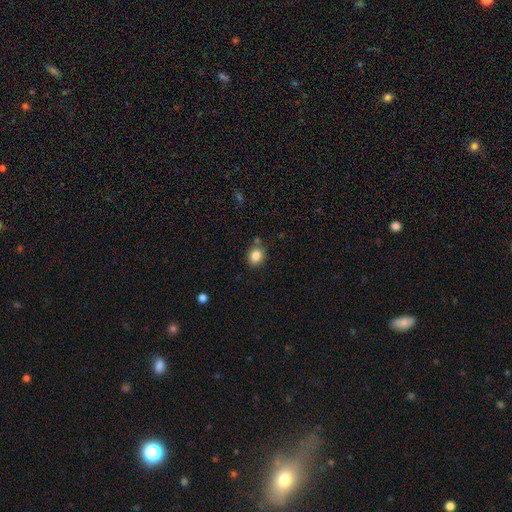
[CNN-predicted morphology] Smooth or featured? smooth (84%)
How rounded? round (67%)
Merging? none (80%)